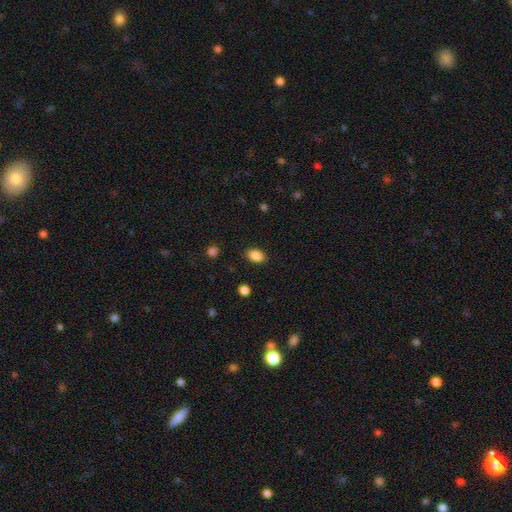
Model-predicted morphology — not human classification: Smooth or featured?
  - smooth: 87% *
  - star or artifact: 8%
  - featured or disk: 5%
How rounded?
  - in between: 86% *
  - round: 13%
  - cigar-shaped: 1%
Merging?
  - none: 87% *
  - minor disturbance: 9%
  - major disturbance: 3%
  - merger: 1%